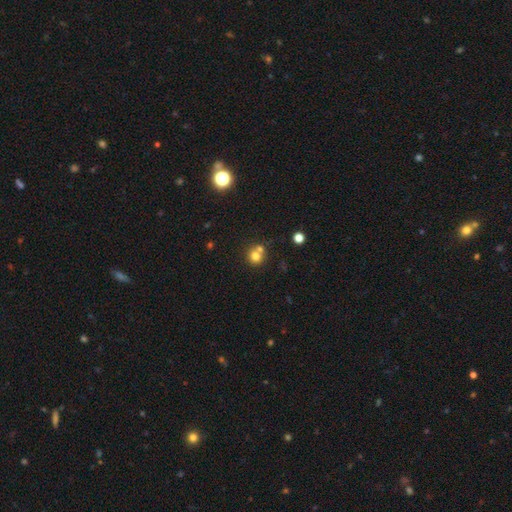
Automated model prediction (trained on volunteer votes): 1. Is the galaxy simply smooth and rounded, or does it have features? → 76% smooth, 13% star or artifact, 11% featured or disk.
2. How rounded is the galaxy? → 88% round, 11% in between, 1% cigar-shaped.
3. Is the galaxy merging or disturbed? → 53% none, 37% merger, 7% minor disturbance, 3% major disturbance.